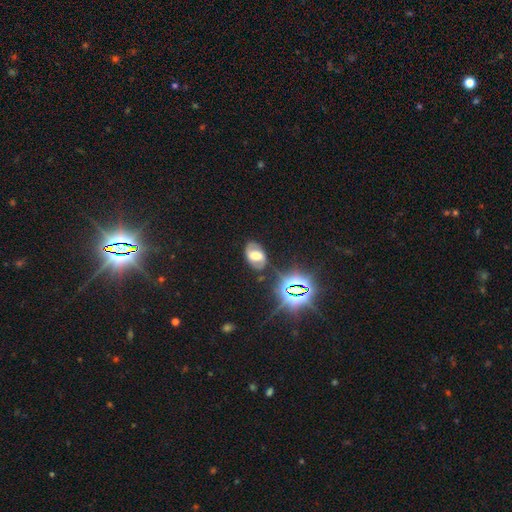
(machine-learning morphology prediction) featured or disk 51%, smooth 30%, star or artifact 19%. Down the decision tree: edge-on disk — no (94%); merging — none (72%).